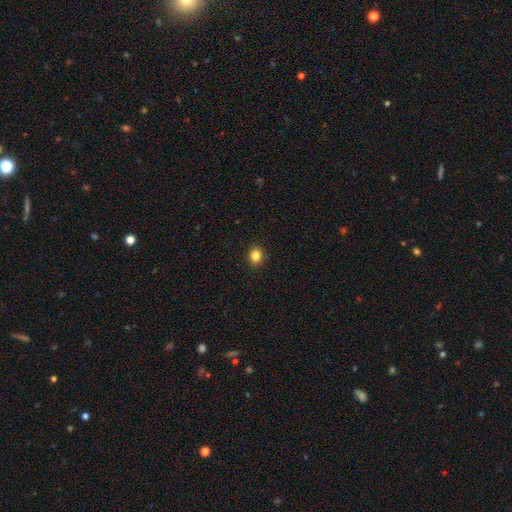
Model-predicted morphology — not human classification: This is clearly a smooth galaxy (84%). How rounded: clearly round (80%). Merging: clearly none (92%).